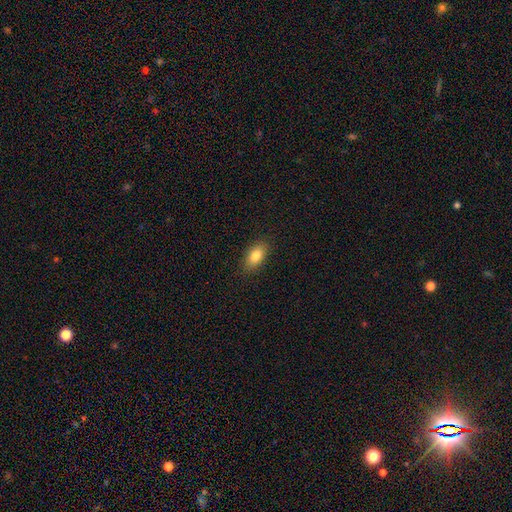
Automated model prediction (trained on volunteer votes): Smooth or featured?
  - smooth: 82% *
  - featured or disk: 10%
  - star or artifact: 8%
How rounded?
  - in between: 89% *
  - round: 6%
  - cigar-shaped: 6%
Merging?
  - none: 87% *
  - minor disturbance: 9%
  - major disturbance: 2%
  - merger: 1%